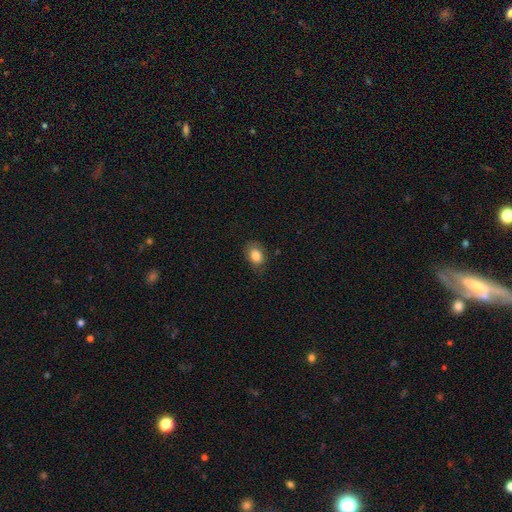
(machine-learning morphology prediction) Q: Smooth or featured?
A: smooth (83%); runner-up: star or artifact (9%)
Q: How rounded?
A: in between (73%); runner-up: round (26%)
Q: Merging?
A: none (76%); runner-up: minor disturbance (19%)